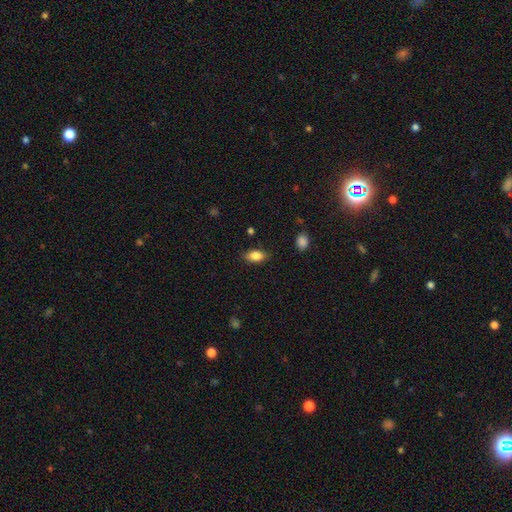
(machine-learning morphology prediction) Smooth or featured? smooth (84%)
How rounded? in between (89%)
Merging? none (84%)